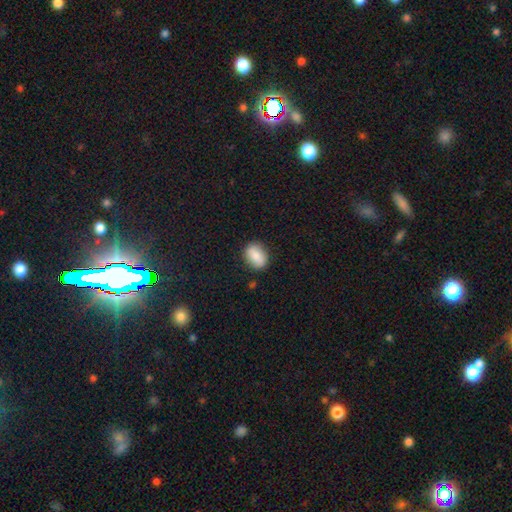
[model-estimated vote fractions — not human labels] smooth_or_featured: smooth (p=0.83) [alt: featured or disk p=0.10]
how_rounded: in between (p=0.76) [alt: round p=0.22]
merging: none (p=0.84) [alt: minor disturbance p=0.12]